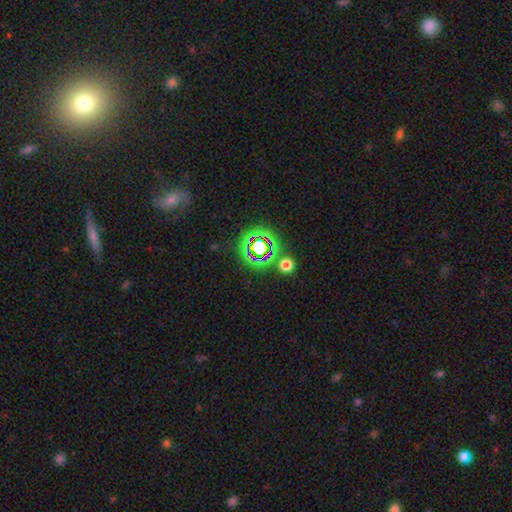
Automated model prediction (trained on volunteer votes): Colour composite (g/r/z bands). It shows a star or artifact, not a galaxy (56%).